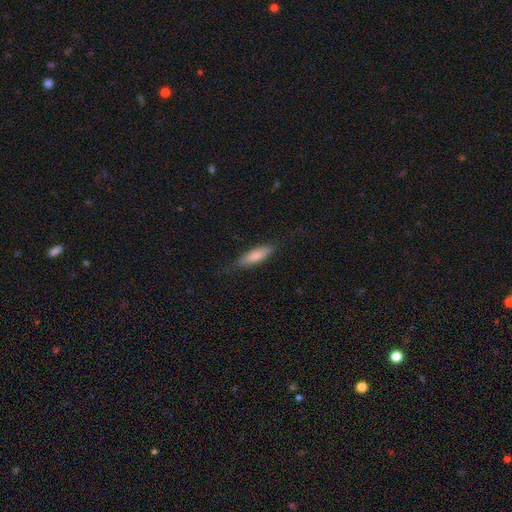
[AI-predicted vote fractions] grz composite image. It shows a smooth galaxy with no disk features (76%) that is cigar-shaped (64%). Merging: none (78%).